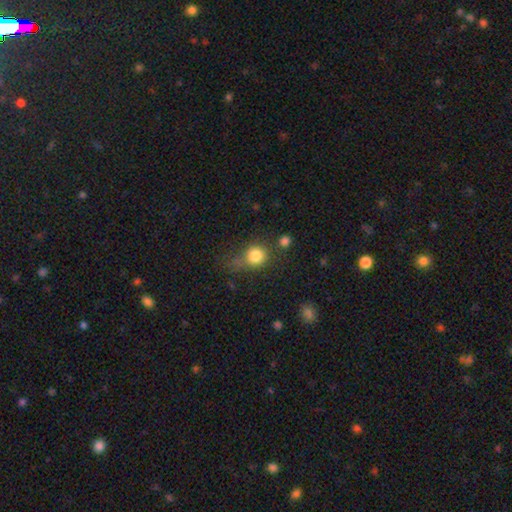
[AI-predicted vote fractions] This is clearly a smooth galaxy (82%). How rounded: clearly round (85%). Merging: possibly none (53%).